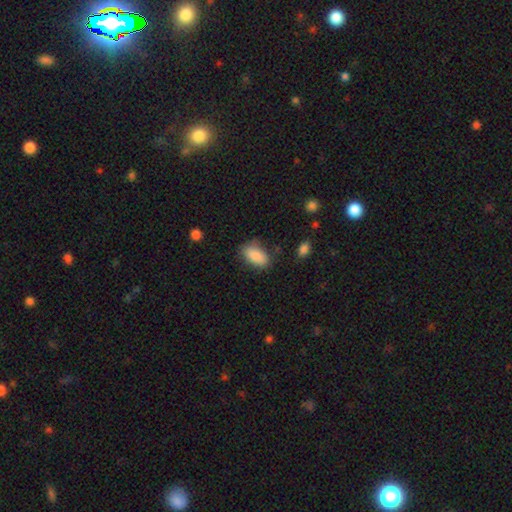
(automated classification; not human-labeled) Smooth or featured?
  - smooth: 88% *
  - star or artifact: 7%
  - featured or disk: 5%
How rounded?
  - in between: 92% *
  - round: 4%
  - cigar-shaped: 4%
Merging?
  - none: 73% *
  - minor disturbance: 20%
  - major disturbance: 5%
  - merger: 2%